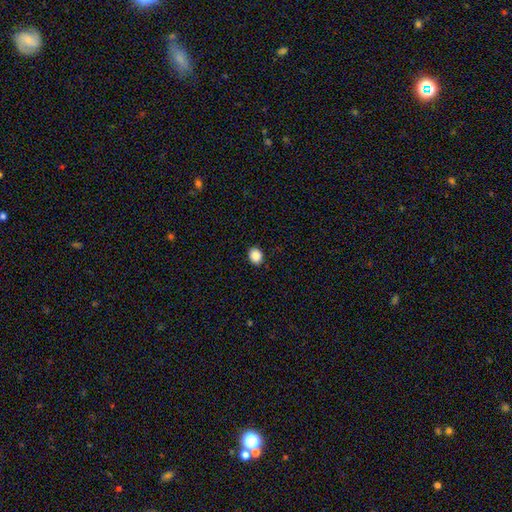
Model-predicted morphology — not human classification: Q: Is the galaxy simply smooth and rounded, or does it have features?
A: smooth — 88%.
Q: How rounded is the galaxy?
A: round — 61%.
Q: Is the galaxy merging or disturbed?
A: none — 90%.